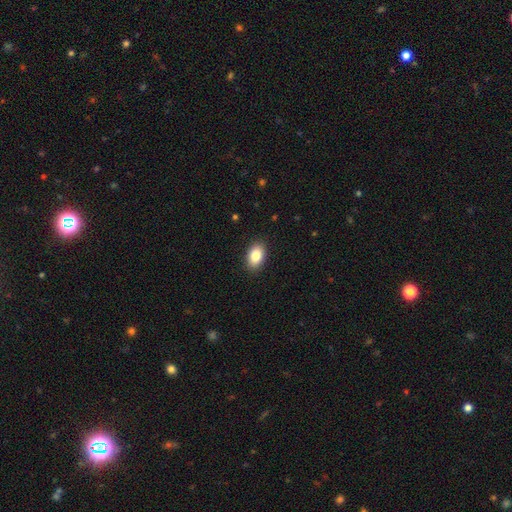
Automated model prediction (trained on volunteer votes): Morphology: type=smooth (86%); roundness=in between (90%); merging=none (90%).